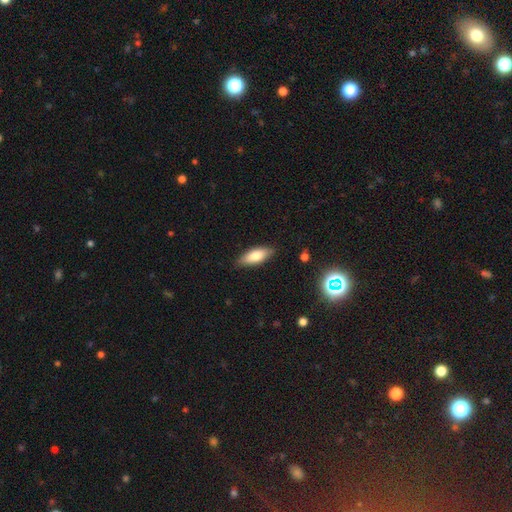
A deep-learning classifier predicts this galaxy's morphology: Smooth or featured? Predicted: smooth (p=0.75). How rounded? Predicted: in between (p=0.74). Merging? Predicted: none (p=0.83).